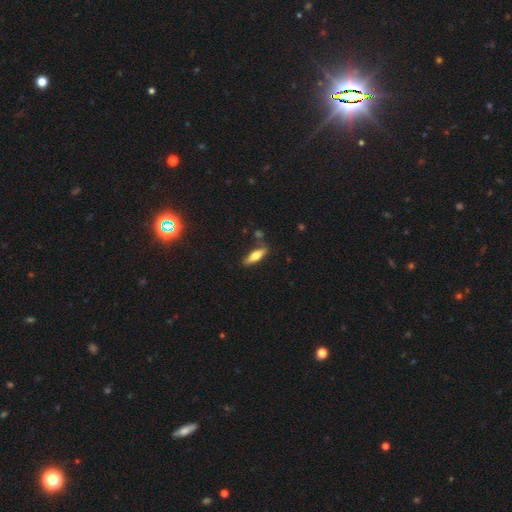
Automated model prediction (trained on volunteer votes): Morphology: type=smooth (59%); roundness=cigar-shaped (54%); merging=none (77%).